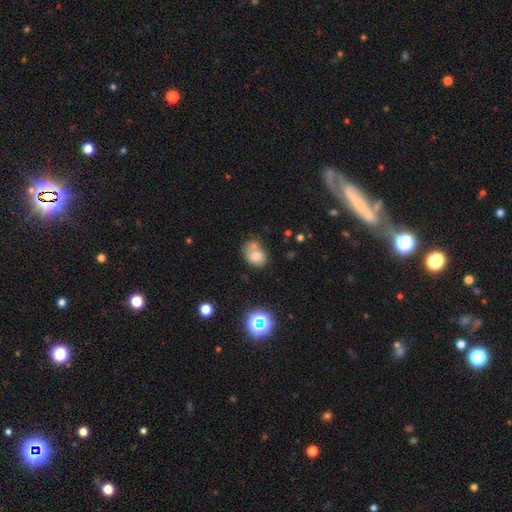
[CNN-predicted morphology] smooth_or_featured: smooth (p=0.72) [alt: featured or disk p=0.17]
how_rounded: in between (p=0.61) [alt: round p=0.38]
merging: merger (p=0.42) [alt: none p=0.34]